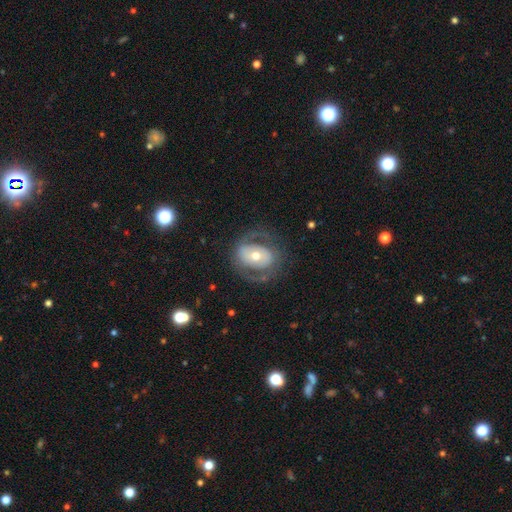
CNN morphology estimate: featured or disk 67%, smooth 27%, star or artifact 6%. Down the decision tree: edge-on disk — no (95%); bar — no (51%); spiral arms — yes (62%); bulge size — moderate (63%); merging — none (67%).